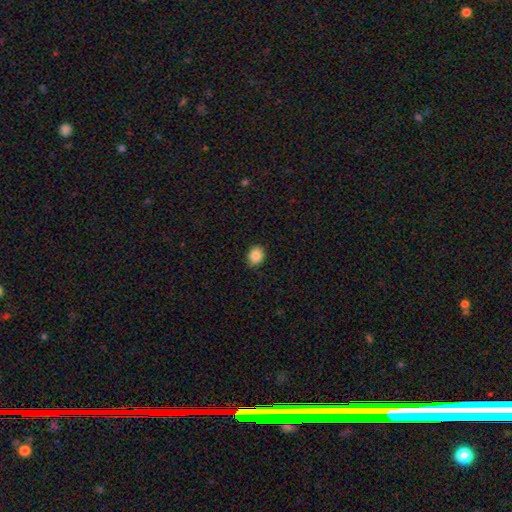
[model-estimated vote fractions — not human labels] The model was most divided on "how rounded": in between: 50%, round: 49%, cigar-shaped: 1%. More confident: merging — none (88%); smooth or featured — smooth (87%).